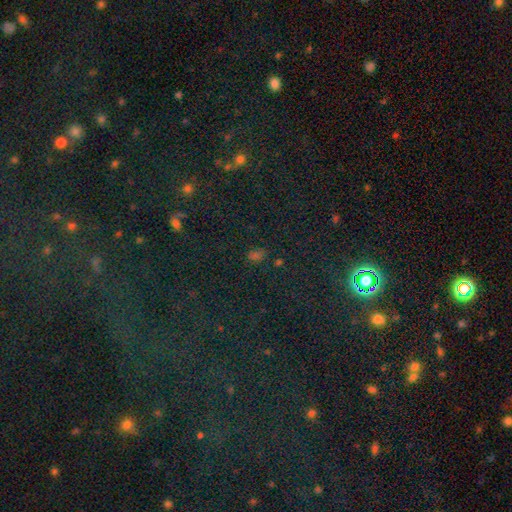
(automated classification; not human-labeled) A star or artifact, not a galaxy (51%).

Vote fractions:
- Smooth or featured? star or artifact: 51% / smooth: 41% / featured or disk: 8%